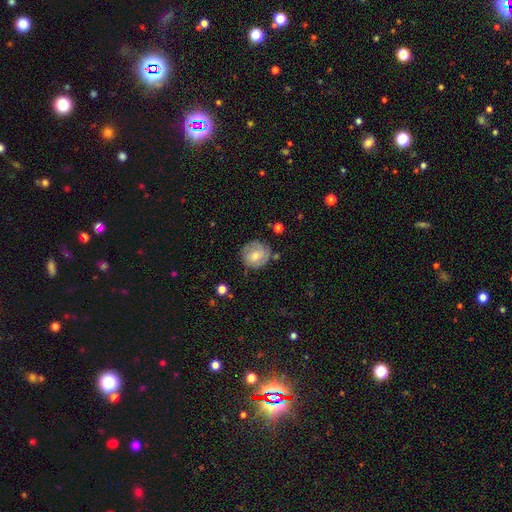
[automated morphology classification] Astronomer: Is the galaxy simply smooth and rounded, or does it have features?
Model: featured or disk — 54% (runner-up: smooth, 39%).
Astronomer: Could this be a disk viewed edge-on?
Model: no — 97%.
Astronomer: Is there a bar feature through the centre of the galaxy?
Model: no — 63%.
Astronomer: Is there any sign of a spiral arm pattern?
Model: yes — 84%.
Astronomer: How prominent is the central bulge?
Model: moderate — 58% (runner-up: small, 34%).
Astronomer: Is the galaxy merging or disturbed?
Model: none — 74%.